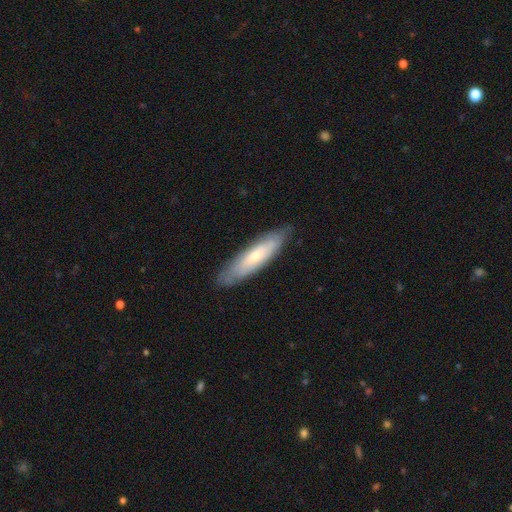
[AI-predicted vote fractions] Q: Smooth or featured?
A: smooth (52%); runner-up: featured or disk (43%)
Q: How rounded?
A: cigar-shaped (68%); runner-up: in between (31%)
Q: Merging?
A: none (83%); runner-up: minor disturbance (13%)